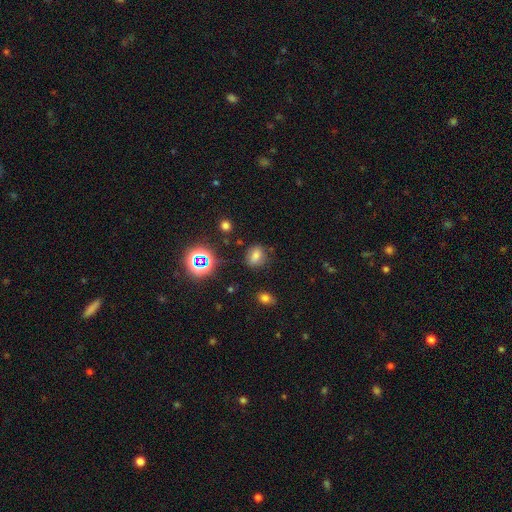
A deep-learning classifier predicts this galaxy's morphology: Smooth or featured? smooth (69%)
How rounded? in between (56%)
Merging? none (77%)